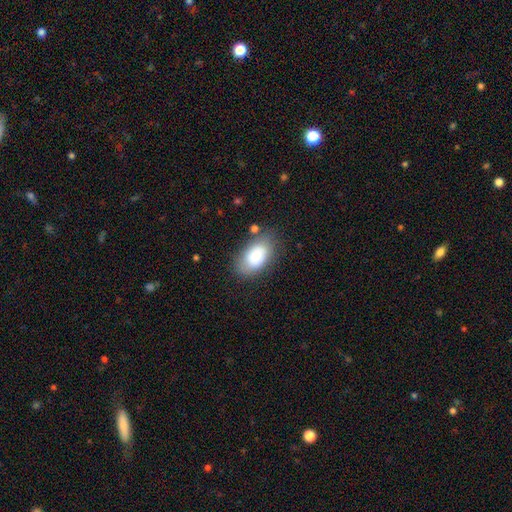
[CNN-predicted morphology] A smooth galaxy with no disk features (81%) that is in between round and cigar-shaped (93%). Merging: none (73%).